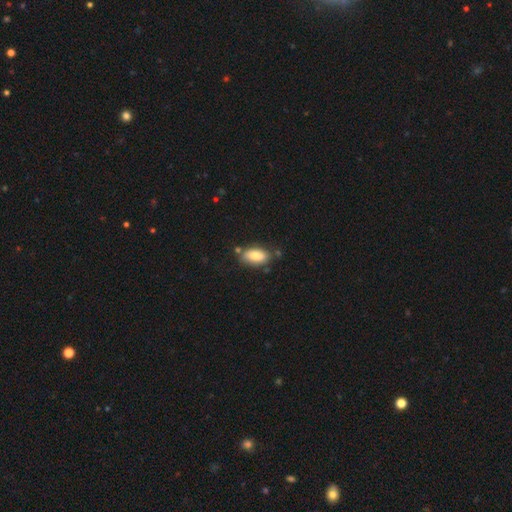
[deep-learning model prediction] This appears to be a smooth galaxy with no disk features (80%) that is in between round and cigar-shaped (89%). Merging: none (71%).